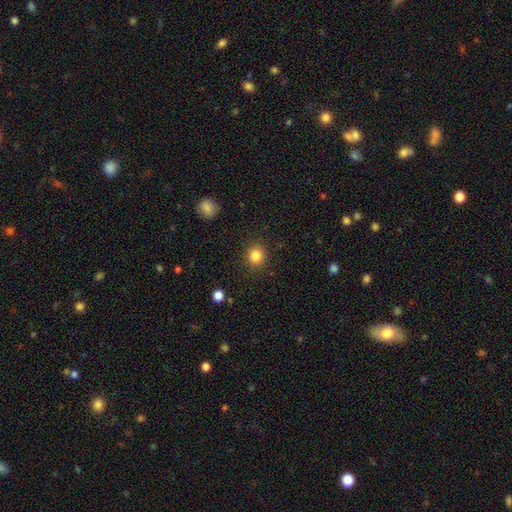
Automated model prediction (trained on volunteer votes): smooth_or_featured: smooth (p=0.85) [alt: star or artifact p=0.11]
how_rounded: round (p=0.87) [alt: in between p=0.12]
merging: none (p=0.89) [alt: minor disturbance p=0.07]